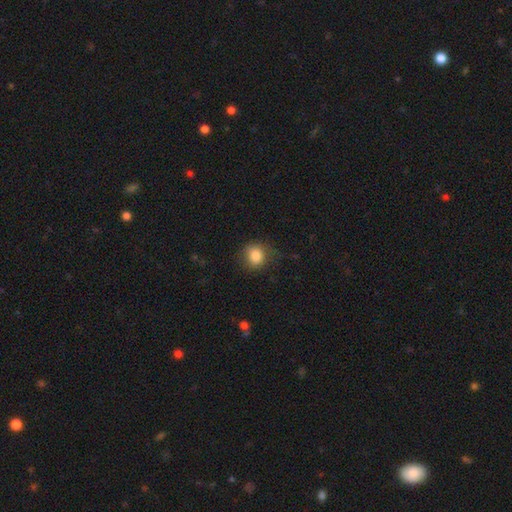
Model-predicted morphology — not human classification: This appears to be a smooth galaxy with no disk features (83%) that is round (79%). Merging: none (73%).